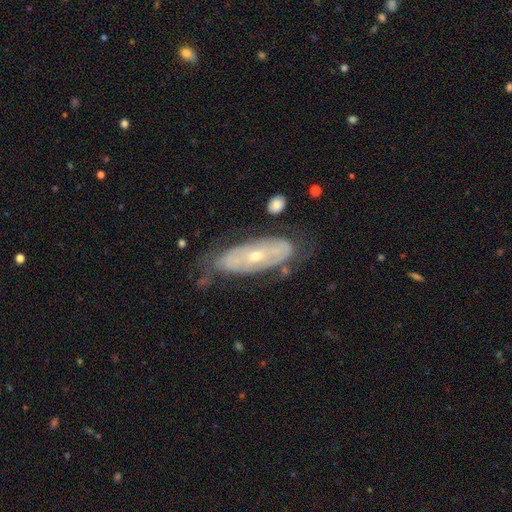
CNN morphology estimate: Q: Smooth or featured?
A: featured or disk (72%); runner-up: smooth (21%)
Q: Edge-on disk?
A: no (84%); runner-up: yes (16%)
Q: Bar?
A: no (75%); runner-up: weak (16%)
Q: Spiral arms?
A: yes (57%); runner-up: no (43%)
Q: Bulge size?
A: small (60%); runner-up: moderate (37%)
Q: Merging?
A: none (66%); runner-up: minor disturbance (22%)